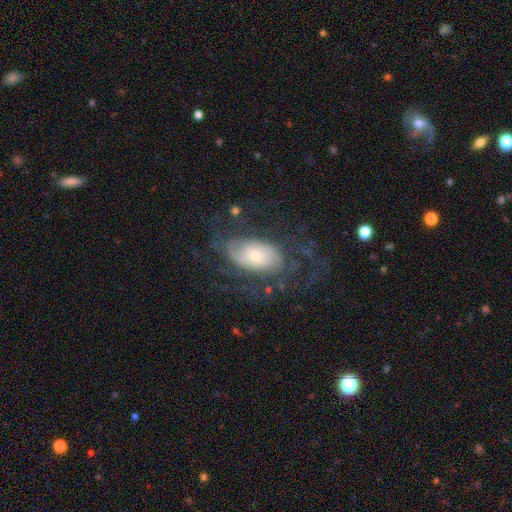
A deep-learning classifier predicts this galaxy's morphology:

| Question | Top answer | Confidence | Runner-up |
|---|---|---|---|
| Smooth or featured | featured or disk | 71% | smooth (22%) |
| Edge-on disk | no | 94% | yes (6%) |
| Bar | no | 77% | weak (19%) |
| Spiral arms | yes | 85% | no (15%) |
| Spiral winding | tight | 44% | medium (34%) |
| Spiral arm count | can't tell | 44% | 2 (29%) |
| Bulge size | small | 58% | moderate (33%) |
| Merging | none | 59% | major disturbance (21%) |